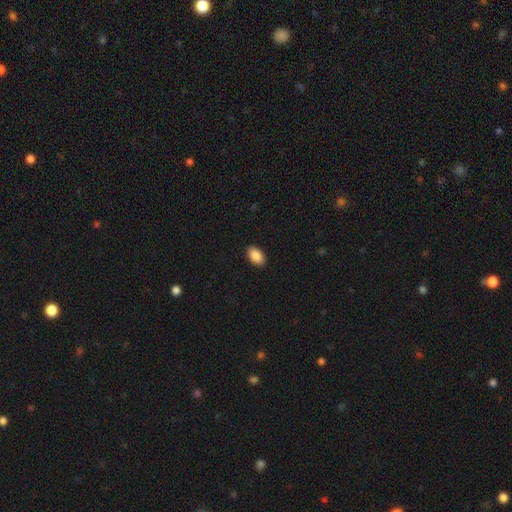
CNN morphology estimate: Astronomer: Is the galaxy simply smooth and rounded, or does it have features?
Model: smooth — 89%.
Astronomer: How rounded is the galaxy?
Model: in between — 94%.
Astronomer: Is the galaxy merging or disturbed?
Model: none — 90%.